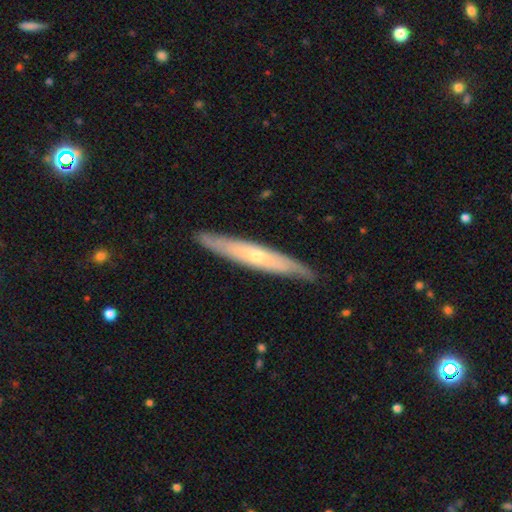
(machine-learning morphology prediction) smooth_or_featured: featured or disk (p=0.62) [alt: smooth p=0.33]
disk_edge_on: yes (p=0.80) [alt: no p=0.20]
merging: none (p=0.86) [alt: minor disturbance p=0.11]